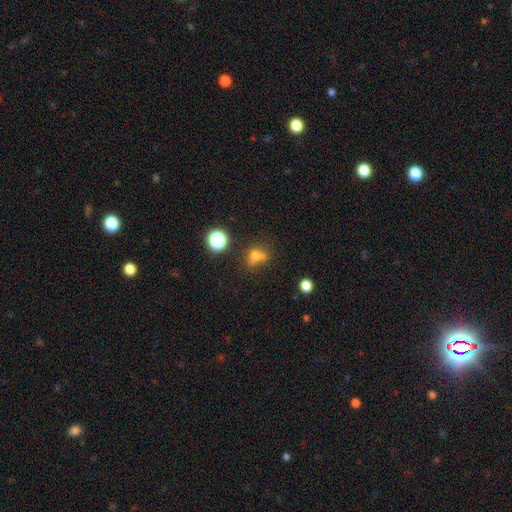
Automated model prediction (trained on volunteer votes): Overall: smooth (68%). How rounded: round (68%; in between 30%). Merging: none (43%; merger 34%).